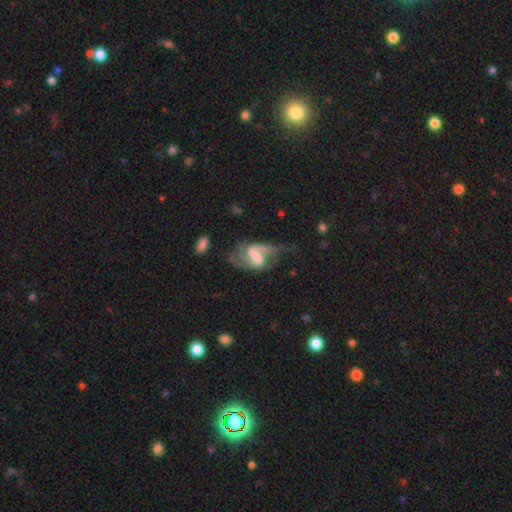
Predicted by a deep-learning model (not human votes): Smooth or featured? Predicted: featured or disk (p=0.82). Edge-on disk? Predicted: no (p=0.98). Bar? Predicted: weak (p=0.44). Spiral arms? Predicted: yes (p=0.93). Spiral winding? Predicted: medium (p=0.45). Spiral arm count? Predicted: 2 (p=0.77). Bulge size? Predicted: none (p=0.33). Merging? Predicted: none (p=0.40).